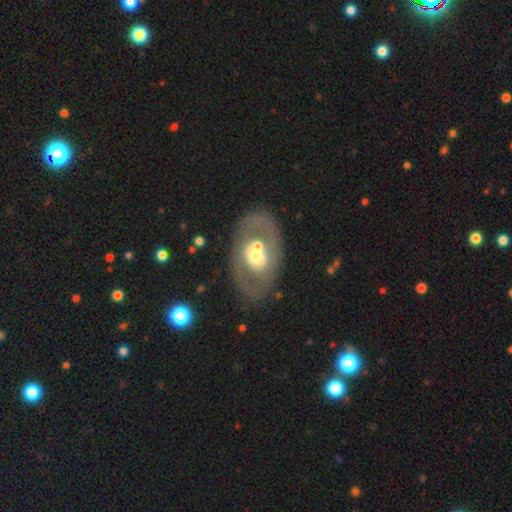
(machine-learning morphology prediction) This appears to be a featured or disk galaxy (62%) with no bar (78%), no spiral arms (81%) and a moderate central bulge (63%). Merging: none (65%).